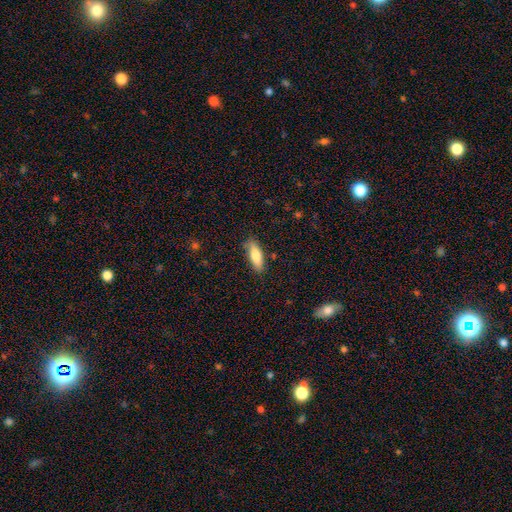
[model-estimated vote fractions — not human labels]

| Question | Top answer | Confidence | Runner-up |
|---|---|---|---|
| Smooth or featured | smooth | 79% | featured or disk (15%) |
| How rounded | in between | 59% | cigar-shaped (39%) |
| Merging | none | 80% | minor disturbance (15%) |